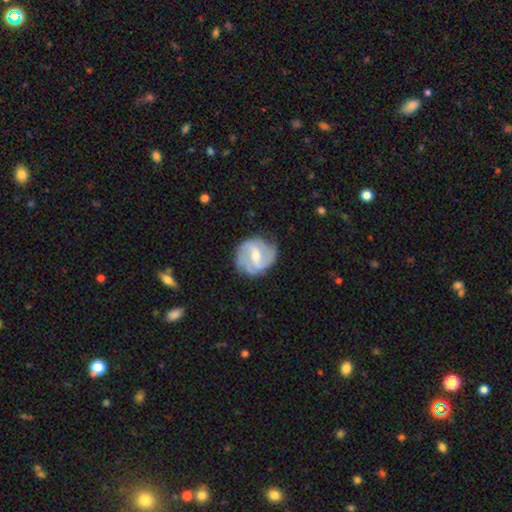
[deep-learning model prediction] Smooth or featured? Predicted: featured or disk (p=0.78). Edge-on disk? Predicted: no (p=0.97). Bar? Predicted: weak (p=0.50). Spiral arms? Predicted: yes (p=0.89). Spiral winding? Predicted: medium (p=0.42). Spiral arm count? Predicted: 2 (p=0.59). Bulge size? Predicted: moderate (p=0.60). Merging? Predicted: none (p=0.74).